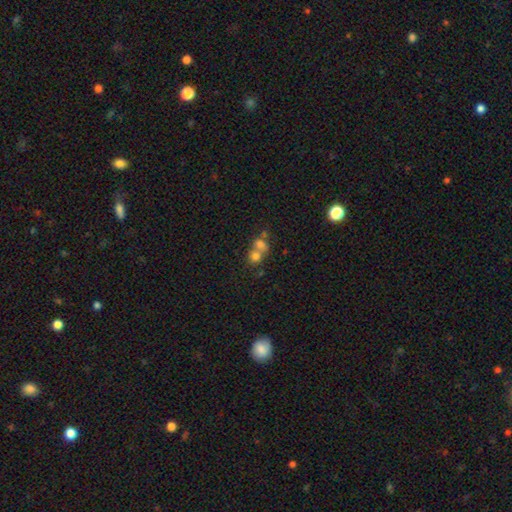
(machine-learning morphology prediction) smooth_or_featured: smooth (p=0.71) [alt: featured or disk p=0.16]
how_rounded: round (p=0.74) [alt: in between p=0.25]
merging: merger (p=0.63) [alt: none p=0.27]